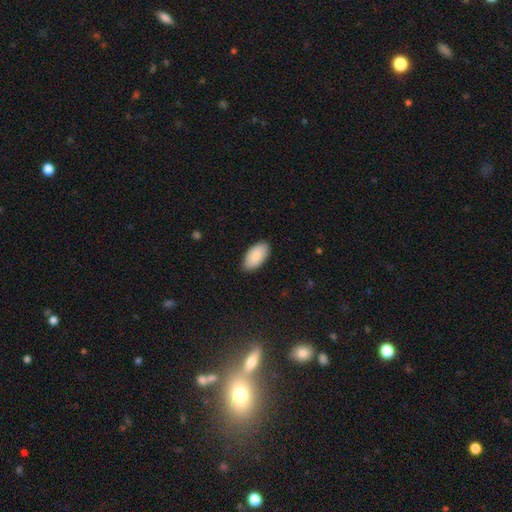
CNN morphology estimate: A smooth galaxy with no disk features (88%) that is in between round and cigar-shaped (96%). Merging: none (86%).